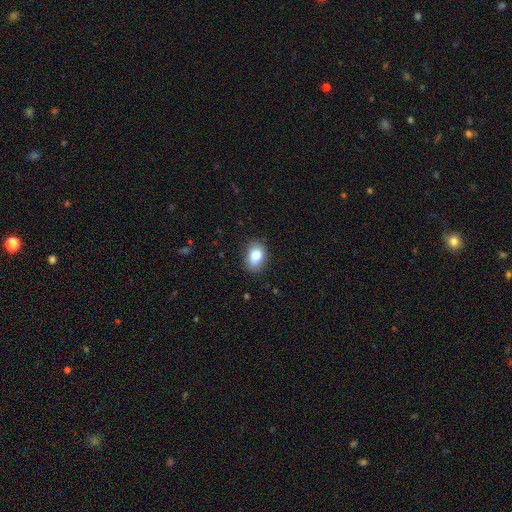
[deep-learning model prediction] Morphology: type=smooth (84%); roundness=in between (76%); merging=none (83%).